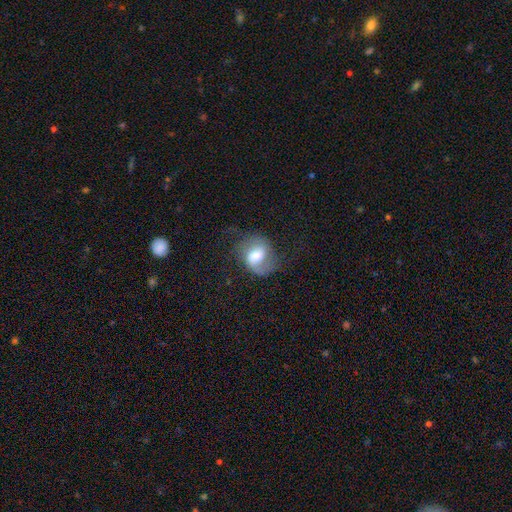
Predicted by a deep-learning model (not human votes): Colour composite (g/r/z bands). It shows a featured or disk galaxy (65%) with a weak bar (52%), 2 (76%) medium (46%) spiral arms (89%) and a moderate central bulge (56%). Merging: none (59%).